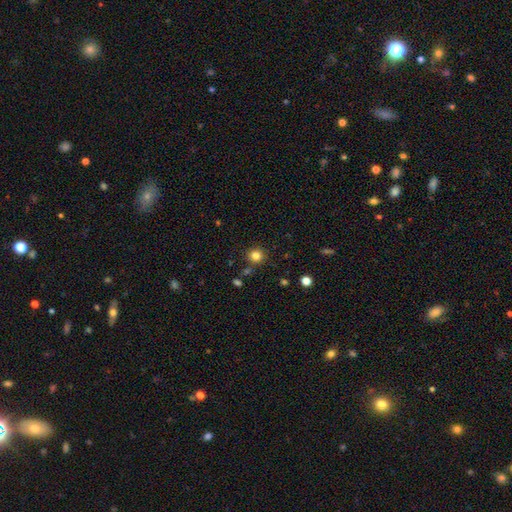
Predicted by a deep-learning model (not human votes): smooth_or_featured: smooth (p=0.82) [alt: star or artifact p=0.13]
how_rounded: round (p=0.91) [alt: in between p=0.08]
merging: none (p=0.85) [alt: minor disturbance p=0.08]